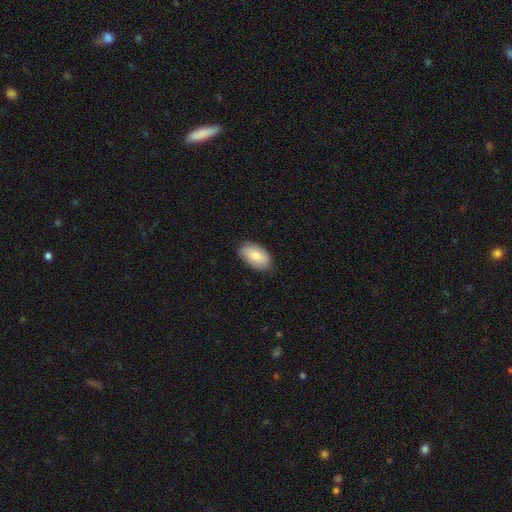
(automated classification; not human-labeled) This is likely a smooth galaxy (77%). How rounded: clearly in between (94%). Merging: clearly none (82%).